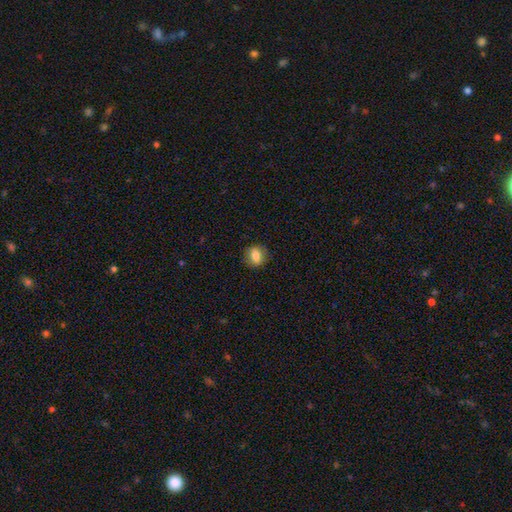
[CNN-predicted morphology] Smooth or featured? smooth (77%)
How rounded? round (50%)
Merging? none (87%)